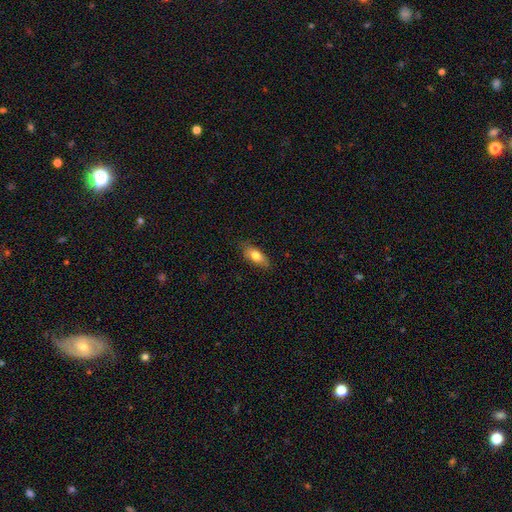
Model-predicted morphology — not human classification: Q: Smooth or featured?
A: smooth (75%); runner-up: featured or disk (18%)
Q: How rounded?
A: in between (77%); runner-up: cigar-shaped (20%)
Q: Merging?
A: none (80%); runner-up: minor disturbance (16%)